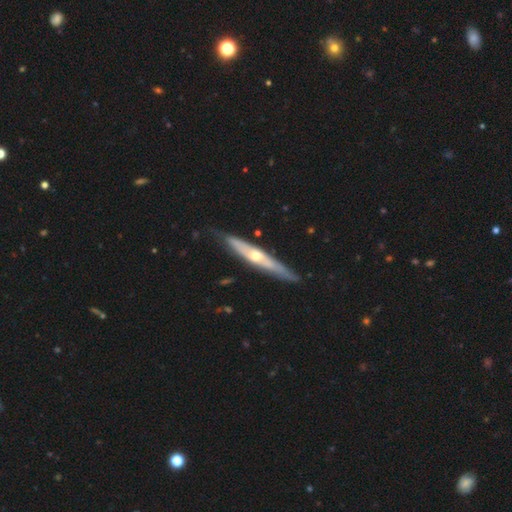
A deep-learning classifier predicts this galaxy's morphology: A featured or disk galaxy (67%) viewed edge-on (82%) with a rounded central bulge (81%). Merging: none (80%).